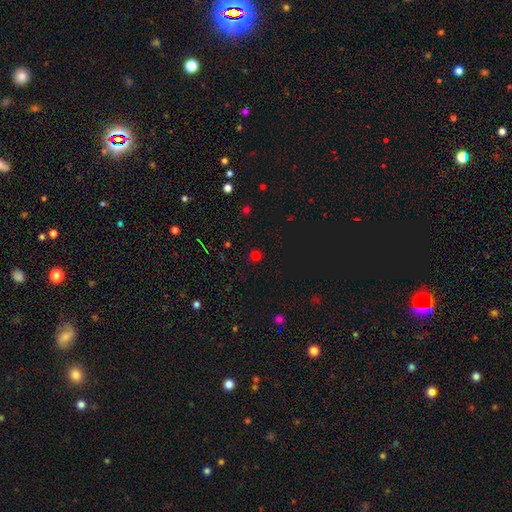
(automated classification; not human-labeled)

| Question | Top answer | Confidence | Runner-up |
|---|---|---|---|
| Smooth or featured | smooth | 64% | star or artifact (32%) |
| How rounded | round | 90% | in between (9%) |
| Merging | none | 87% | minor disturbance (8%) |